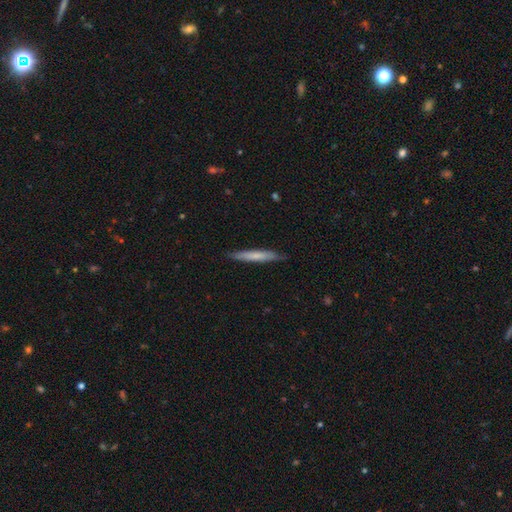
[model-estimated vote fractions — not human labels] smooth_or_featured: smooth (p=0.64) [alt: featured or disk p=0.30]
how_rounded: cigar-shaped (p=0.95) [alt: in between p=0.04]
merging: none (p=0.86) [alt: minor disturbance p=0.11]